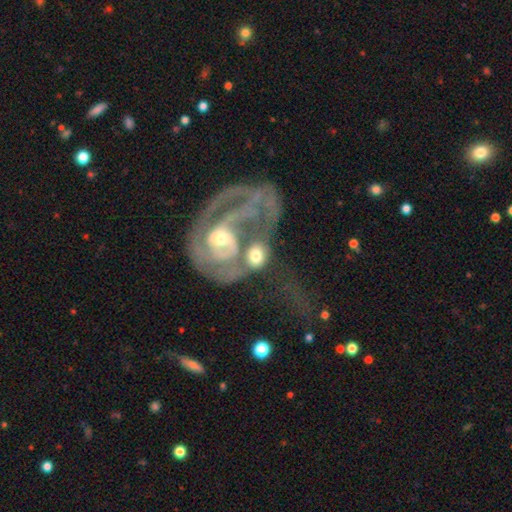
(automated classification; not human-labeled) smooth_or_featured: featured or disk (p=0.57) [alt: smooth p=0.35]
disk_edge_on: no (p=0.96) [alt: yes p=0.04]
bar: no (p=0.58) [alt: weak p=0.29]
has_spiral_arms: yes (p=0.79) [alt: no p=0.21]
bulge_size: moderate (p=0.50) [alt: small p=0.32]
merging: merger (p=0.55) [alt: none p=0.19]